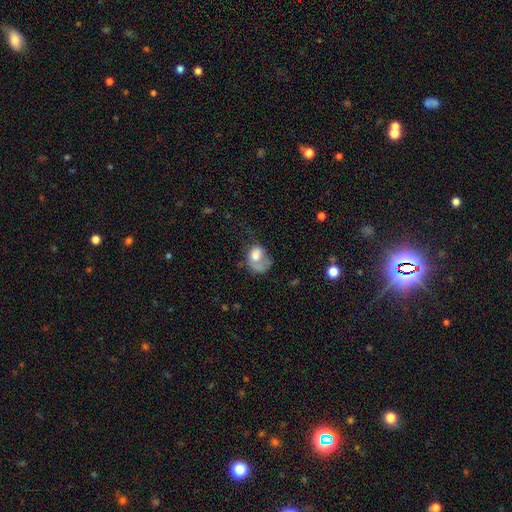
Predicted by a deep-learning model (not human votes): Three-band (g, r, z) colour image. It shows a smooth galaxy with no disk features (62%) that is in between round and cigar-shaped (60%). Merging: major disturbance (48%).